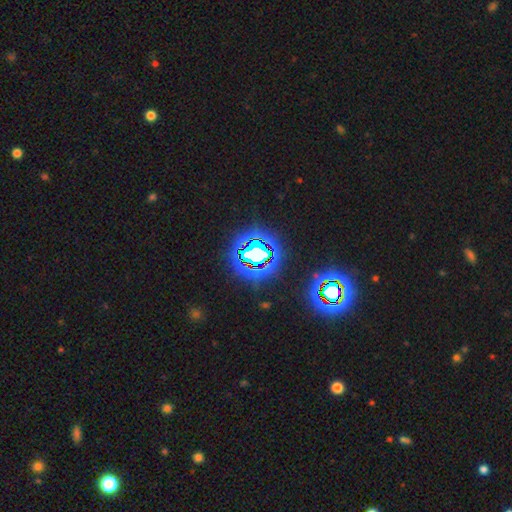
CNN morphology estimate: A star or artifact, not a galaxy (73%).

Vote fractions:
- Smooth or featured? star or artifact: 73% / smooth: 16% / featured or disk: 12%